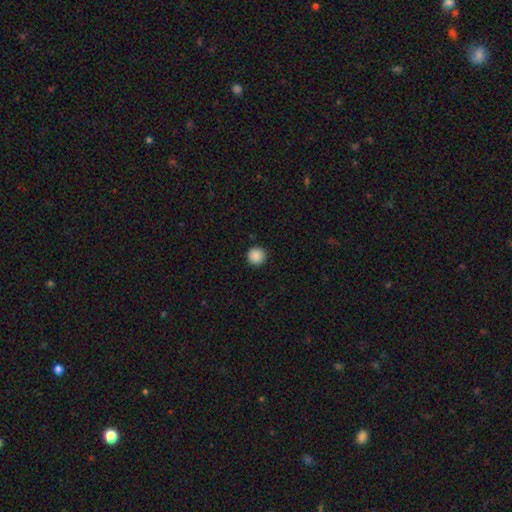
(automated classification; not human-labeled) A smooth galaxy with no disk features (88%) that is round (96%). Merging: none (93%).